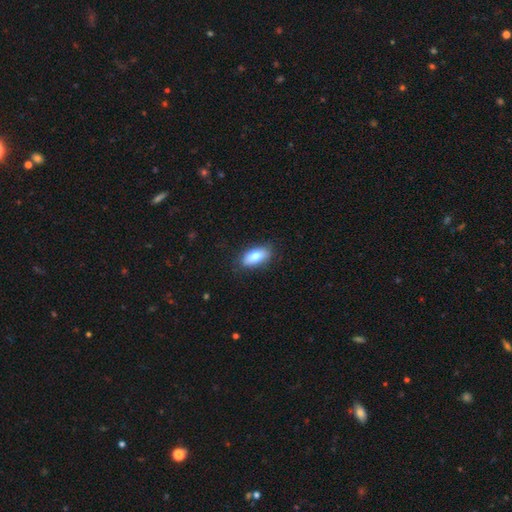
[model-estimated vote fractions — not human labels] Smooth or featured?
  - smooth: 79% *
  - featured or disk: 14%
  - star or artifact: 7%
How rounded?
  - in between: 87% *
  - cigar-shaped: 9%
  - round: 4%
Merging?
  - none: 84% *
  - minor disturbance: 12%
  - major disturbance: 2%
  - merger: 1%